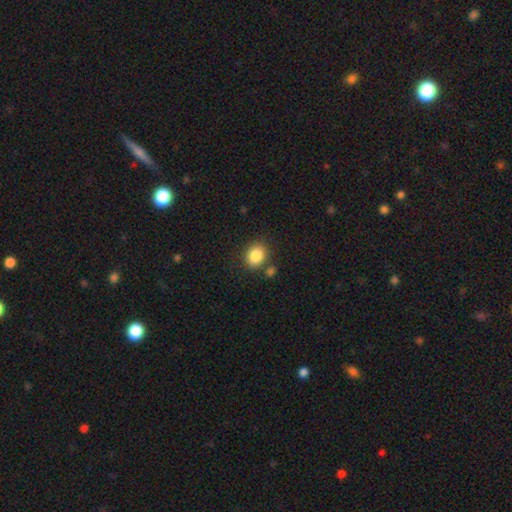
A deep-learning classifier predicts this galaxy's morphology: smooth_or_featured: smooth (p=0.86) [alt: star or artifact p=0.09]
how_rounded: round (p=0.56) [alt: in between p=0.43]
merging: none (p=0.76) [alt: minor disturbance p=0.11]